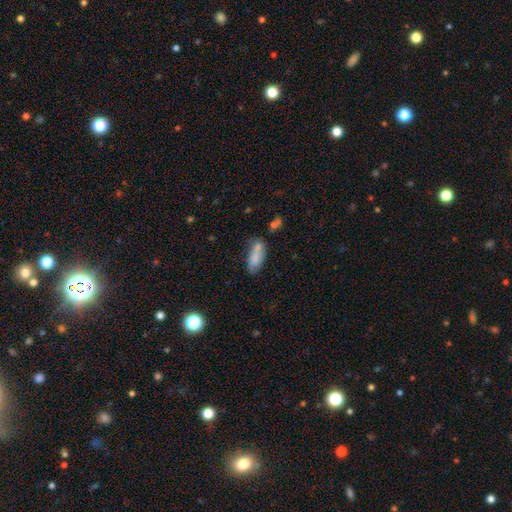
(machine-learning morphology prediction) Smooth or featured?
  - smooth: 79% *
  - featured or disk: 13%
  - star or artifact: 8%
How rounded?
  - in between: 70% *
  - cigar-shaped: 28%
  - round: 2%
Merging?
  - none: 53% *
  - minor disturbance: 26%
  - merger: 12%
  - major disturbance: 8%